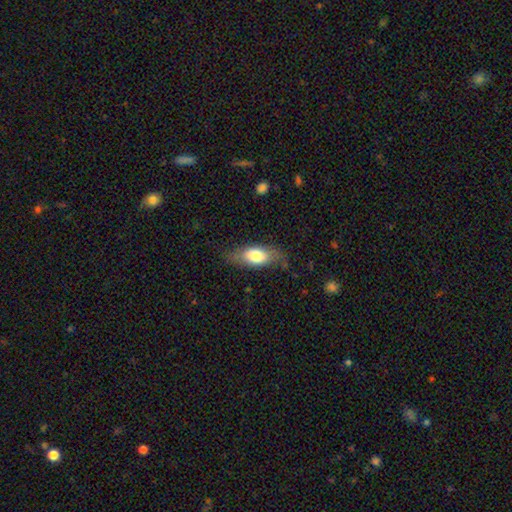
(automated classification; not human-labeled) Smooth or featured?
  - smooth: 70% *
  - featured or disk: 24%
  - star or artifact: 6%
How rounded?
  - in between: 82% *
  - cigar-shaped: 14%
  - round: 4%
Merging?
  - none: 68% *
  - minor disturbance: 22%
  - major disturbance: 8%
  - merger: 2%